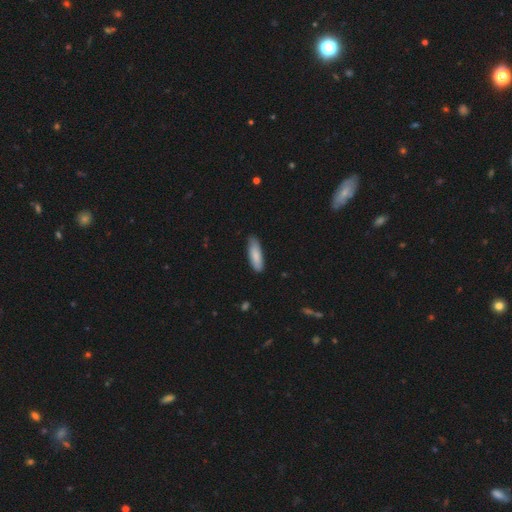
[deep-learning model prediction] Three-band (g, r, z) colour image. It shows a smooth galaxy with no disk features (84%) that is cigar-shaped (51%). Merging: none (79%).